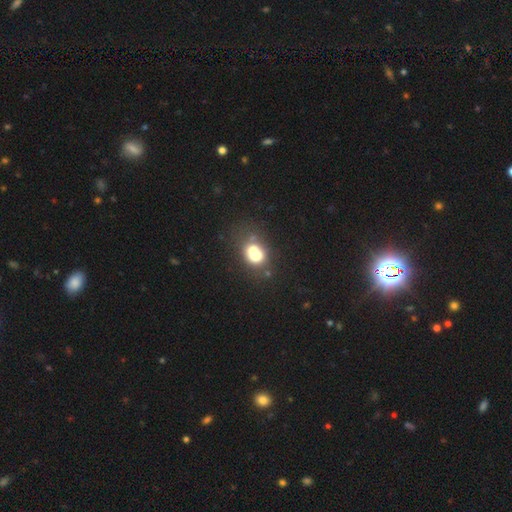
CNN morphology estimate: Smooth or featured: smooth — 63% (featured or disk — 25%)
How rounded: round — 62% (in between — 37%)
Merging: merger — 56% (none — 30%)